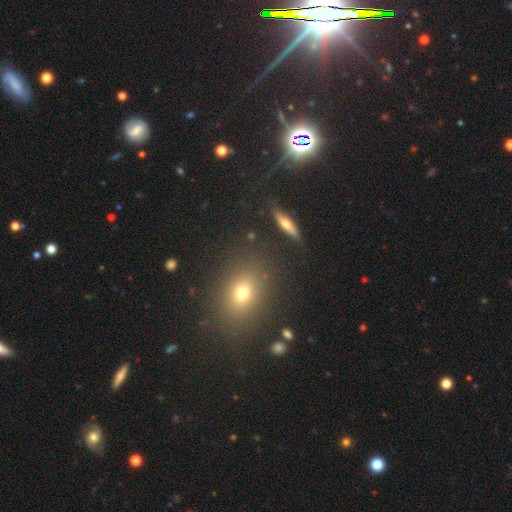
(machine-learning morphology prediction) Smooth or featured?
  - smooth: 49% *
  - star or artifact: 38%
  - featured or disk: 12%
Merging?
  - none: 85% *
  - minor disturbance: 8%
  - merger: 4%
  - major disturbance: 4%